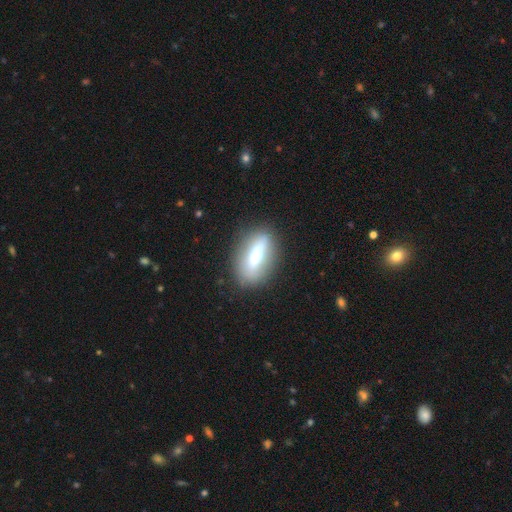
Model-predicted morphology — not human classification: Smooth or featured?
  - smooth: 55% *
  - featured or disk: 35%
  - star or artifact: 9%
How rounded?
  - in between: 56% *
  - cigar-shaped: 37%
  - round: 7%
Merging?
  - none: 81% *
  - minor disturbance: 12%
  - major disturbance: 5%
  - merger: 2%